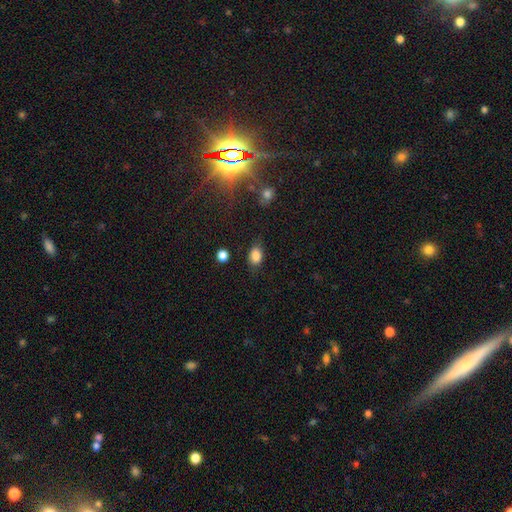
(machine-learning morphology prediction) Smooth or featured? smooth (85%)
How rounded? in between (78%)
Merging? none (70%)